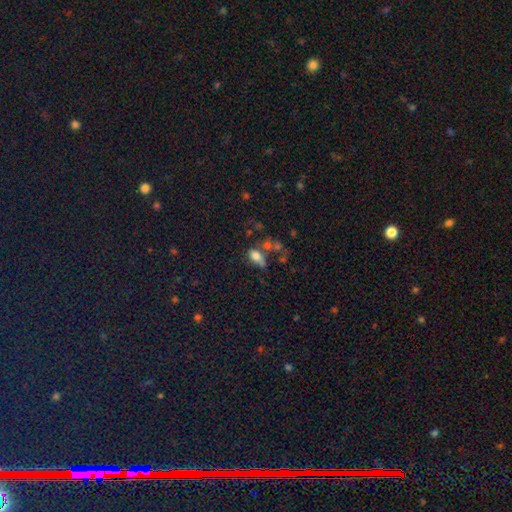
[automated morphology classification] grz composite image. It shows a smooth galaxy with no disk features (75%) that is in between round and cigar-shaped (84%). Merging: none (37%).